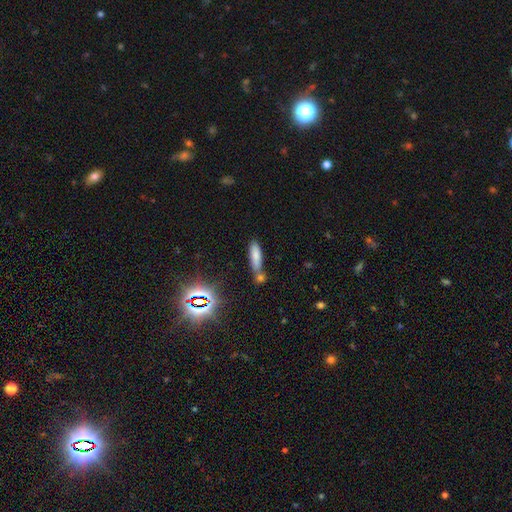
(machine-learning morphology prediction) A smooth galaxy with no disk features (74%) that is cigar-shaped (60%).

Vote fractions:
- Smooth or featured? smooth: 74% / star or artifact: 15% / featured or disk: 12%
- How rounded? cigar-shaped: 60% / in between: 37% / round: 3%
- Merging? none: 51% / merger: 29% / minor disturbance: 15% / major disturbance: 5%